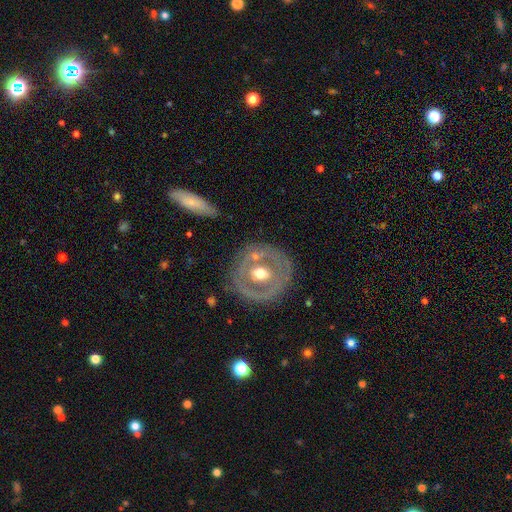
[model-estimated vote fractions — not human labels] Morphology: type=featured or disk (64%); edge-on=no (94%); bar=no (70%); spiral arms=no (80%); bulge=moderate (78%); merging=none (76%).